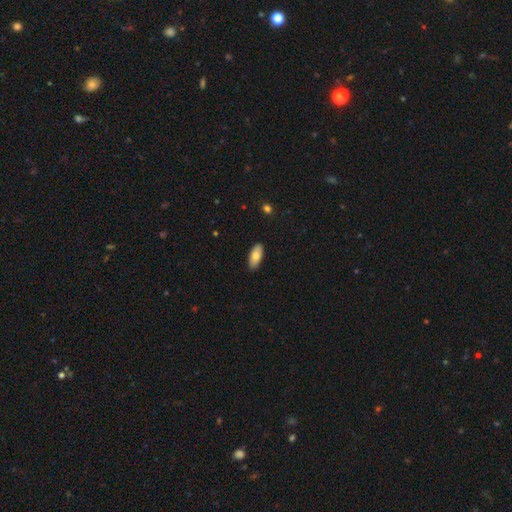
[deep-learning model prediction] Morphology: type=smooth (77%); roundness=in between (86%); merging=none (89%).